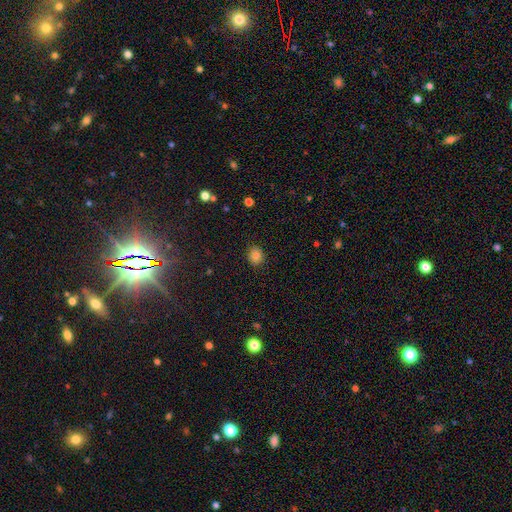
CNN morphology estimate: Smooth or featured: smooth — 81% (star or artifact — 12%)
How rounded: round — 73% (in between — 26%)
Merging: none — 88% (minor disturbance — 8%)